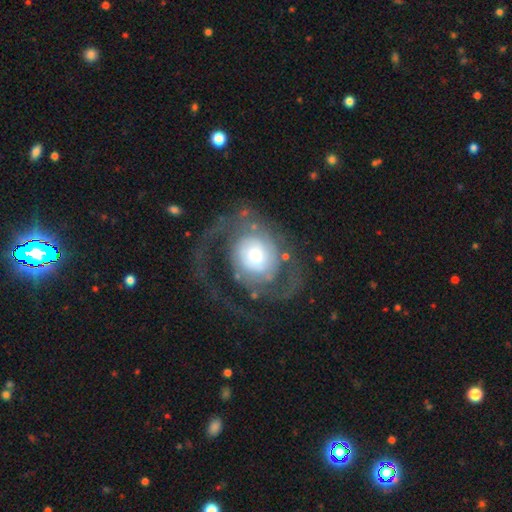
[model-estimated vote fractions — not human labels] smooth_or_featured: featured or disk (p=0.79) [alt: smooth p=0.15]
disk_edge_on: no (p=0.97) [alt: yes p=0.03]
bar: no (p=0.75) [alt: weak p=0.20]
has_spiral_arms: yes (p=0.88) [alt: no p=0.12]
spiral_winding: medium (p=0.38) [tied with: tight p=0.38]
spiral_arm_count: 2 (p=0.50) [alt: 1 p=0.24]
bulge_size: moderate (p=0.41) [alt: large p=0.27]
merging: none (p=0.48) [alt: major disturbance p=0.35]